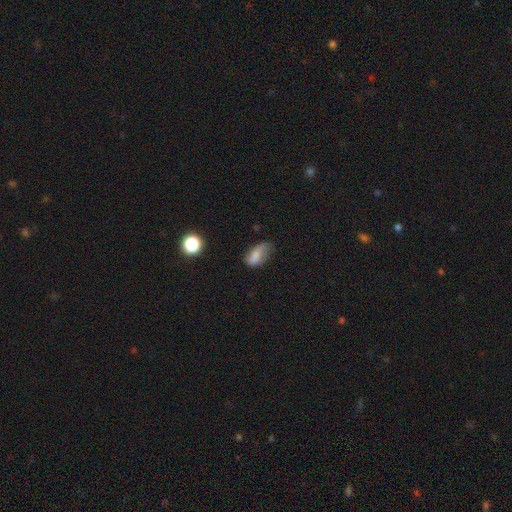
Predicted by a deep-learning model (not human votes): Smooth or featured? smooth (70%)
How rounded? in between (89%)
Merging? minor disturbance (40%)